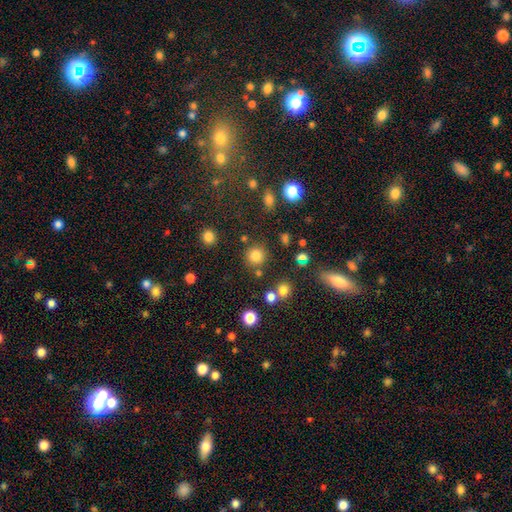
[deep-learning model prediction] smooth 80%, star or artifact 14%, featured or disk 6%. Down the decision tree: how rounded — round (93%); merging — none (82%).